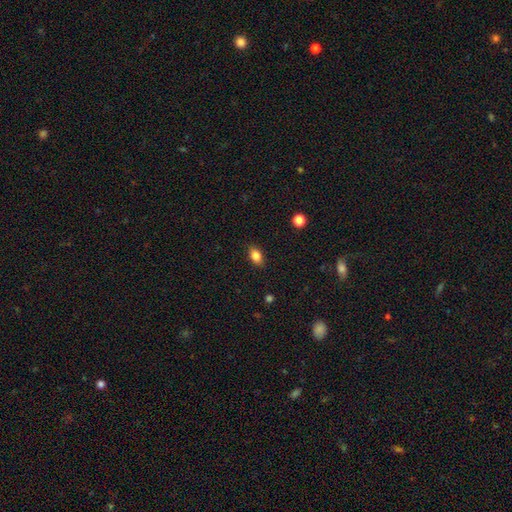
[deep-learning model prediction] Smooth or featured? Predicted: smooth (p=0.84). How rounded? Predicted: in between (p=0.83). Merging? Predicted: none (p=0.87).